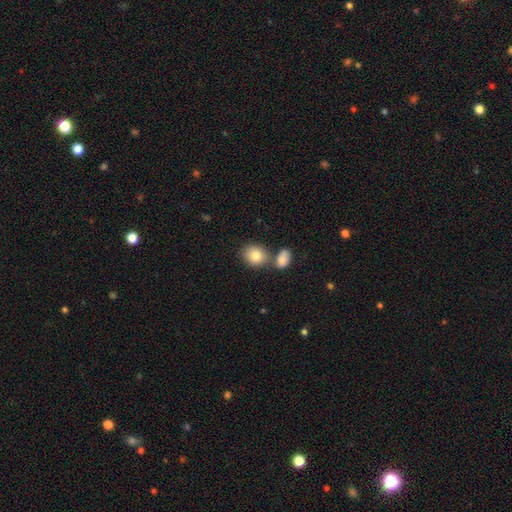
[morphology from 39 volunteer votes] smooth_or_featured: smooth (p=0.95) [alt: featured or disk p=0.03]
how_rounded: round (p=0.65) [alt: in between p=0.35]
merging: merger (p=0.42) [alt: none p=0.39]